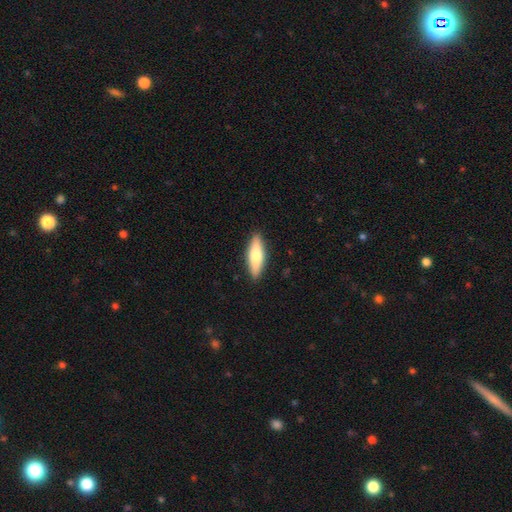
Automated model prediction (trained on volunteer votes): A smooth galaxy with no disk features (64%) that is cigar-shaped (54%).

Vote fractions:
- Smooth or featured? smooth: 64% / featured or disk: 31% / star or artifact: 5%
- How rounded? cigar-shaped: 54% / in between: 44% / round: 2%
- Merging? none: 90% / minor disturbance: 8% / major disturbance: 2% / merger: 1%